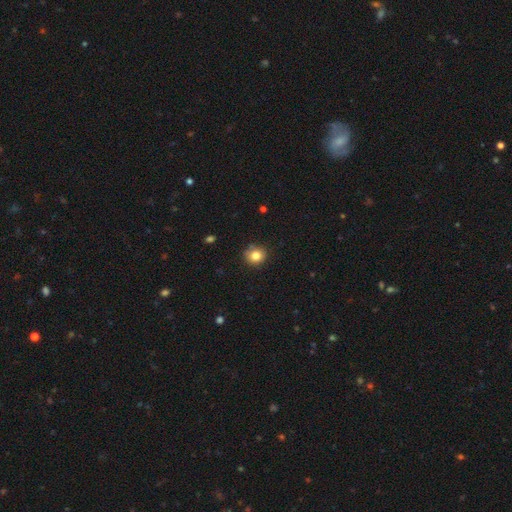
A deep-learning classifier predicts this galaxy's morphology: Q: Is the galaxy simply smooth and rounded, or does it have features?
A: smooth — 82%.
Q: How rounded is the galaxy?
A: round — 84%.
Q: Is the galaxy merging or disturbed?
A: none — 82%.